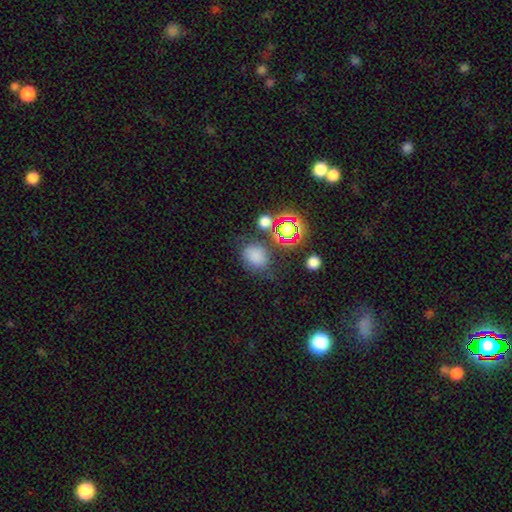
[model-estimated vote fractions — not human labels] This is likely a smooth galaxy (74%). How rounded: likely round (60%). Merging: likely none (65%).